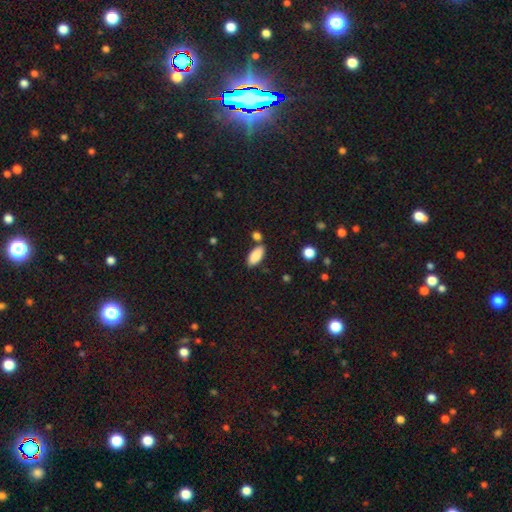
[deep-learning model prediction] This is clearly a smooth galaxy (86%). How rounded: clearly in between (86%). Merging: likely none (77%).